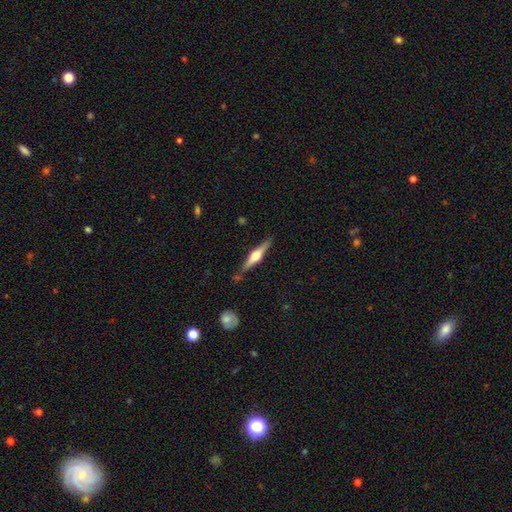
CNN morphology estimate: Smooth or featured? featured or disk (72%)
Edge-on disk? yes (97%)
Edge-on bulge? rounded (92%)
Merging? none (83%)